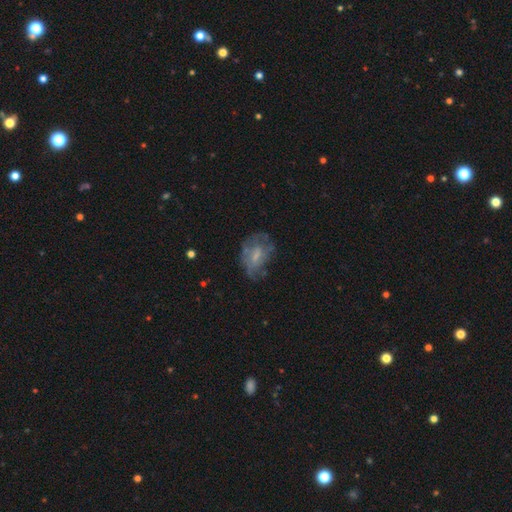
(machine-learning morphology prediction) Smooth or featured? featured or disk (51%)
Edge-on disk? no (96%)
Merging? none (48%)